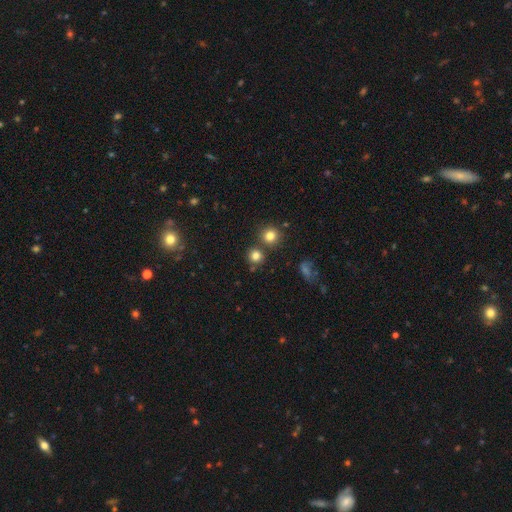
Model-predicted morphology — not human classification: Smooth or featured? Predicted: smooth (p=0.79). How rounded? Predicted: round (p=0.90). Merging? Predicted: none (p=0.75).